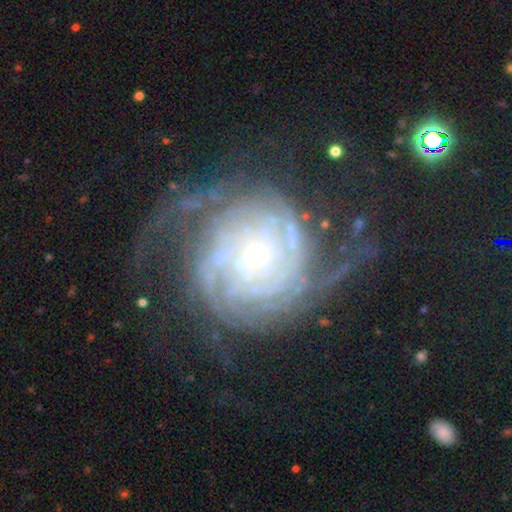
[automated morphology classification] Smooth or featured? featured or disk (88%)
Edge-on disk? no (97%)
Bar? no (74%)
Spiral arms? yes (96%)
Spiral winding? tight (66%)
Spiral arm count? can't tell (29%)
Bulge size? small (82%)
Merging? none (56%)